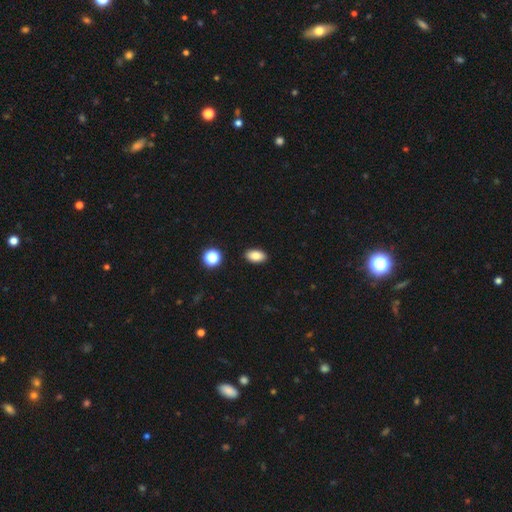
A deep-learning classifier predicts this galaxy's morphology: Q: Smooth or featured?
A: smooth (84%); runner-up: star or artifact (10%)
Q: How rounded?
A: in between (91%); runner-up: round (7%)
Q: Merging?
A: none (90%); runner-up: minor disturbance (7%)